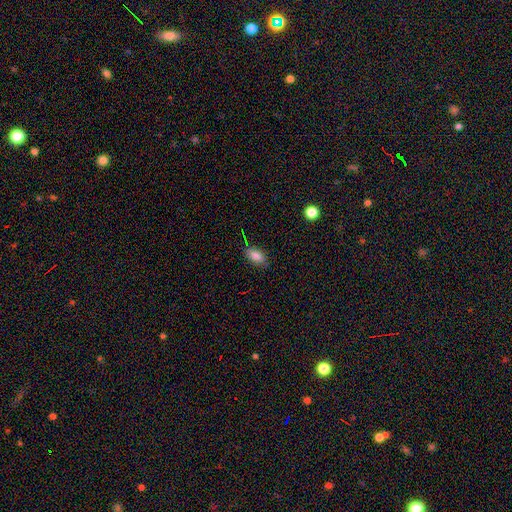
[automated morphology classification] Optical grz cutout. It shows a smooth galaxy with no disk features (83%) that is in between round and cigar-shaped (90%). Merging: none (79%).